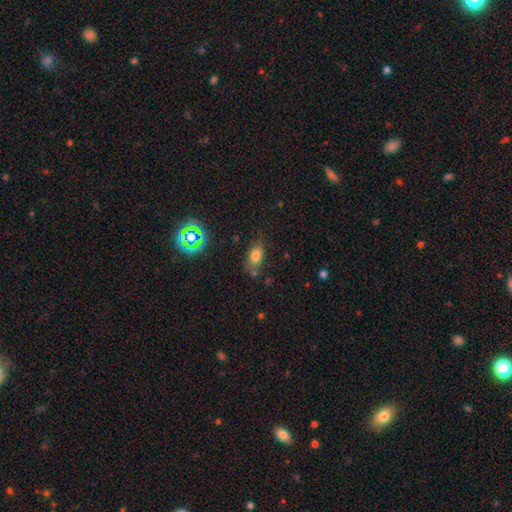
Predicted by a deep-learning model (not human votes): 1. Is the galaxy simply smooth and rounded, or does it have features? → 74% smooth, 14% star or artifact, 12% featured or disk.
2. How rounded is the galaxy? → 81% in between, 14% round, 4% cigar-shaped.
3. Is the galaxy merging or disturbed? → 69% none, 19% minor disturbance, 6% merger, 6% major disturbance.